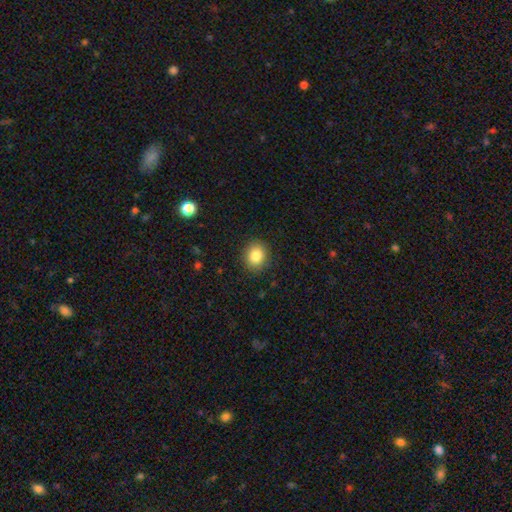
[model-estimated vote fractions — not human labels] Smooth or featured? Predicted: smooth (p=0.84). How rounded? Predicted: round (p=0.66). Merging? Predicted: none (p=0.89).